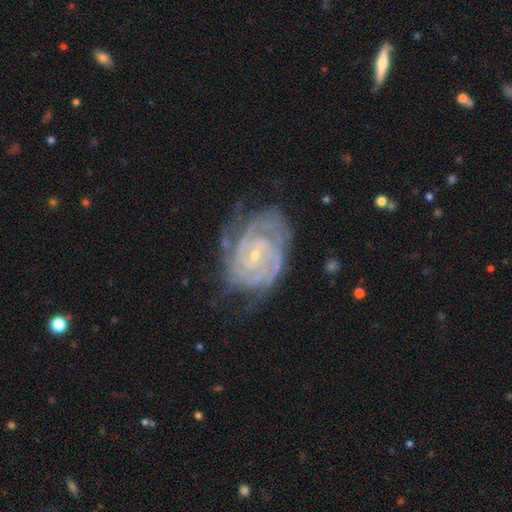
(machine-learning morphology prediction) smooth-or-featured: featured or disk: 91% | star or artifact: 5% | smooth: 4%
  disk-edge-on: no: 97% | yes: 3%
    bar: no: 65% | weak: 27% | strong: 9%
    has-spiral-arms: yes: 98% | no: 2%
      spiral-winding: tight: 79% | medium: 18% | loose: 3%
      spiral-arm-count: 2: 28% | 3: 23% | can't tell: 20% | 4: 16% | more than 4: 7% | 1: 6%
    bulge-size: small: 80% | moderate: 17% | none: 1% | large: 1% | dominant: 1%
  merging: none: 66% | minor disturbance: 23% | major disturbance: 9% | merger: 2%